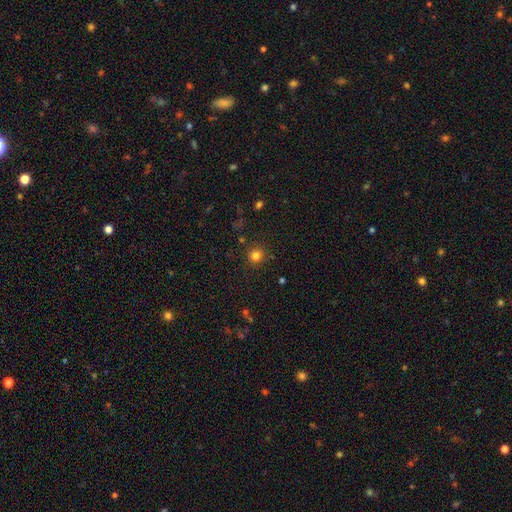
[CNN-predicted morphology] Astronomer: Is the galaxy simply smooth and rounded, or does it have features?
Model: smooth — 79%.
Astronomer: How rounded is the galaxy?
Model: round — 93%.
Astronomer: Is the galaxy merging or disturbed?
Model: none — 88%.